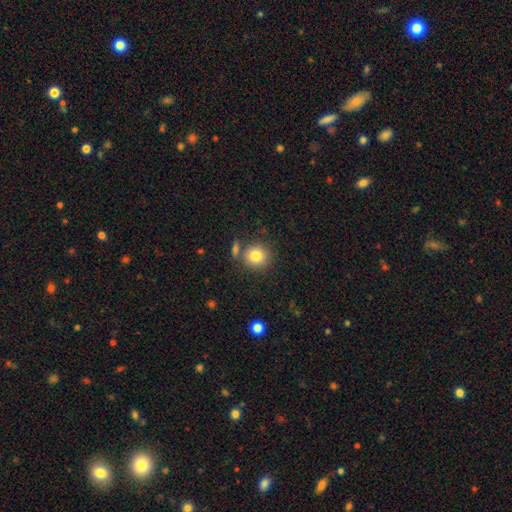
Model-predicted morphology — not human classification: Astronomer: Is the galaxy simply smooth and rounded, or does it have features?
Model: smooth — 82%.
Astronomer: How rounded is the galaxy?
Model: round — 90%.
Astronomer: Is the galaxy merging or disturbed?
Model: none — 74%.